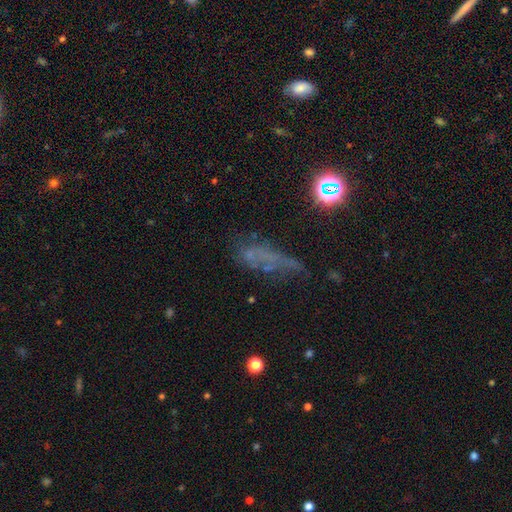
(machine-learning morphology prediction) A smooth galaxy with no disk features (35%). Merging: none (39%).